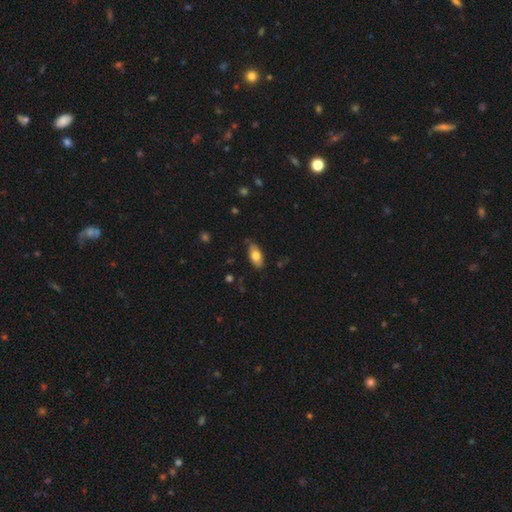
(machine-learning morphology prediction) A smooth galaxy with no disk features (74%) that is in between round and cigar-shaped (91%).

Vote fractions:
- Smooth or featured? smooth: 74% / featured or disk: 20% / star or artifact: 7%
- How rounded? in between: 91% / cigar-shaped: 6% / round: 3%
- Merging? none: 74% / minor disturbance: 20% / major disturbance: 4% / merger: 2%